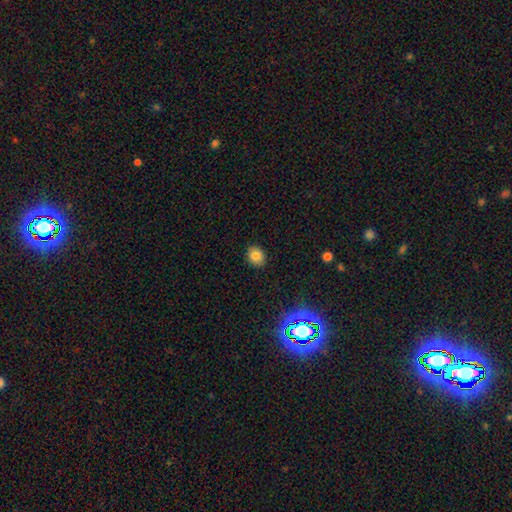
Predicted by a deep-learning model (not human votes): Q: Smooth or featured?
A: smooth (81%); runner-up: star or artifact (12%)
Q: How rounded?
A: round (55%); runner-up: in between (44%)
Q: Merging?
A: none (88%); runner-up: minor disturbance (9%)